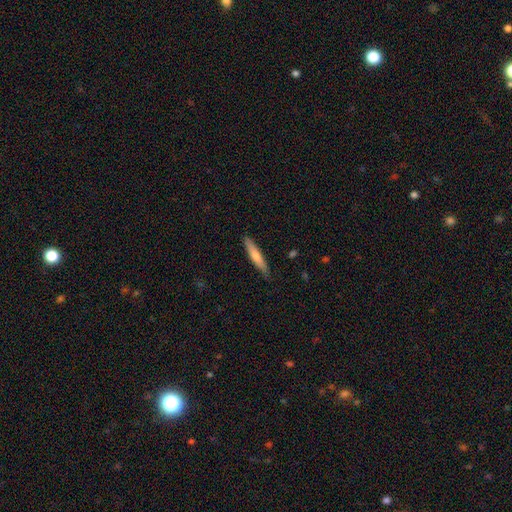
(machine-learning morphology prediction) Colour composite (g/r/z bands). It shows a smooth galaxy with no disk features (69%) that is cigar-shaped (90%). Merging: none (86%).